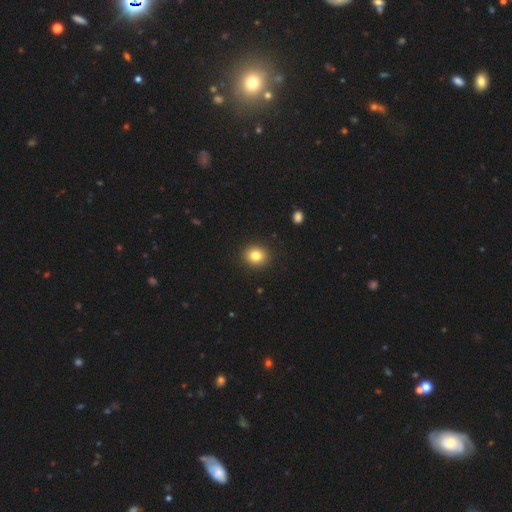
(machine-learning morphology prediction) Smooth or featured?
  - smooth: 82% *
  - star or artifact: 11%
  - featured or disk: 8%
How rounded?
  - round: 76% *
  - in between: 23%
  - cigar-shaped: 1%
Merging?
  - none: 91% *
  - minor disturbance: 6%
  - major disturbance: 2%
  - merger: 1%